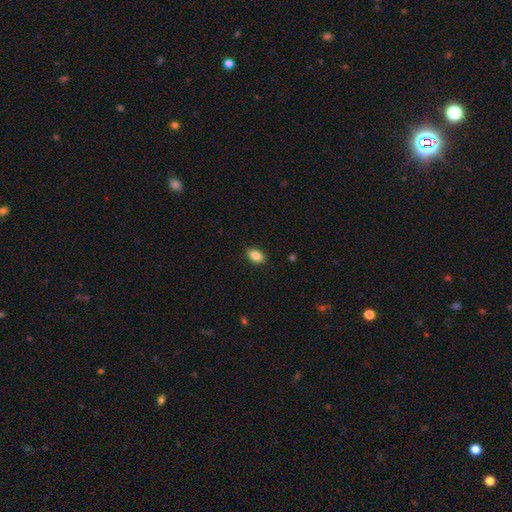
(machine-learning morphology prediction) Smooth or featured?
  - smooth: 86% *
  - star or artifact: 8%
  - featured or disk: 6%
How rounded?
  - in between: 88% *
  - round: 10%
  - cigar-shaped: 2%
Merging?
  - none: 89% *
  - minor disturbance: 8%
  - major disturbance: 2%
  - merger: 1%